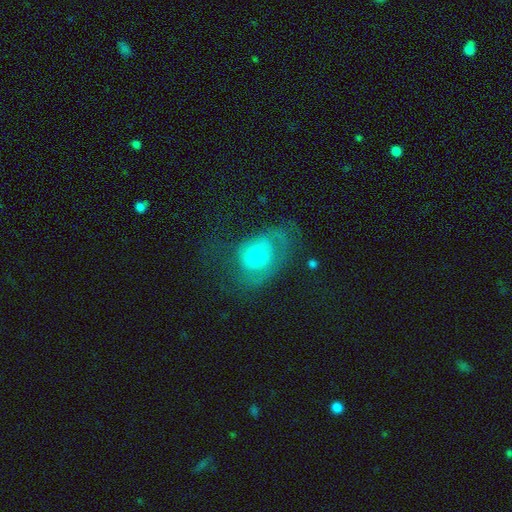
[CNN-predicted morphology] Overall: smooth (47%; featured or disk 44%). Merging: major disturbance (41%; none 33%).